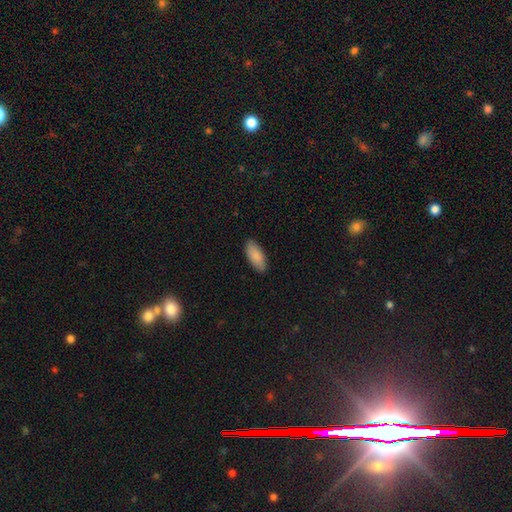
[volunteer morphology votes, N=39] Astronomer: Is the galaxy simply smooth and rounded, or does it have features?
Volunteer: smooth — 97%.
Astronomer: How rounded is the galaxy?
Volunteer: in between — 95%.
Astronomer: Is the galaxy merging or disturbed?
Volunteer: none — 92%.